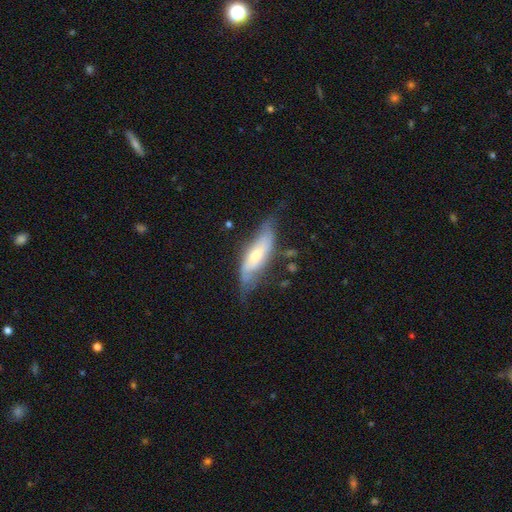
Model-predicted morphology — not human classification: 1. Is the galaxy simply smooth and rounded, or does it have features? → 55% featured or disk, 39% smooth, 7% star or artifact.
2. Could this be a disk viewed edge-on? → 65% no, 35% yes.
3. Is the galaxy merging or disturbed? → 52% none, 32% minor disturbance, 13% major disturbance, 3% merger.